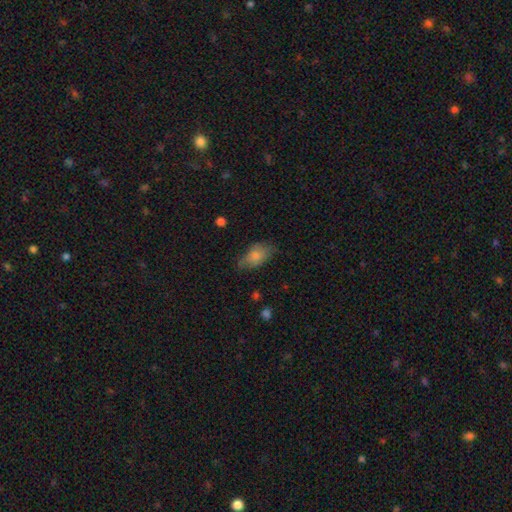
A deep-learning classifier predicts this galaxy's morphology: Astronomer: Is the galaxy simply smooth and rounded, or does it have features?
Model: smooth — 78%.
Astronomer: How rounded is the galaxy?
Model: in between — 90%.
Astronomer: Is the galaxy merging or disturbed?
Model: none — 56% (runner-up: minor disturbance, 32%).